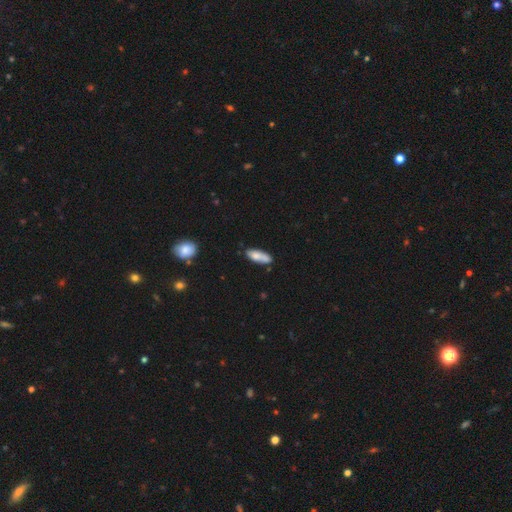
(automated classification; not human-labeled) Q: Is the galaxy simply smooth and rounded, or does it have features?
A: smooth — 73%.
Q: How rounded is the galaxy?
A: in between — 64%.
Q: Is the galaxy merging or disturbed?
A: none — 67%.